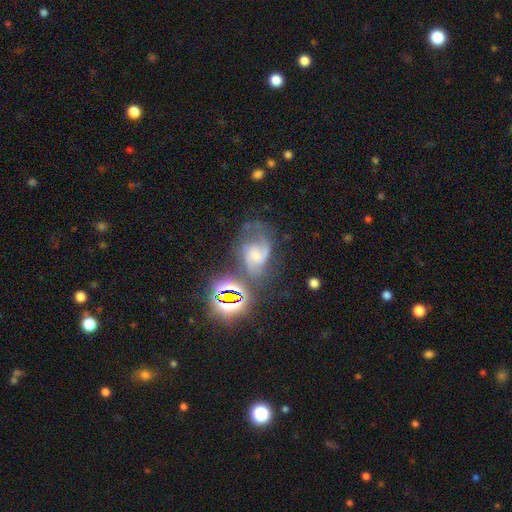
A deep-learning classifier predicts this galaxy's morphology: Smooth or featured?
  - featured or disk: 67% *
  - star or artifact: 18%
  - smooth: 16%
Edge-on disk?
  - no: 98% *
  - yes: 2%
Bar?
  - no: 51% *
  - weak: 39%
  - strong: 10%
Spiral arms?
  - yes: 91% *
  - no: 9%
Spiral winding?
  - medium: 49% *
  - loose: 36%
  - tight: 15%
Spiral arm count?
  - 2: 72% *
  - 1: 11%
  - can't tell: 9%
  - 3: 4%
  - 4: 2%
  - more than 4: 2%
Bulge size?
  - small: 43% *
  - moderate: 37%
  - none: 11%
  - large: 7%
  - dominant: 2%
Merging?
  - none: 39% *
  - major disturbance: 27%
  - minor disturbance: 22%
  - merger: 12%